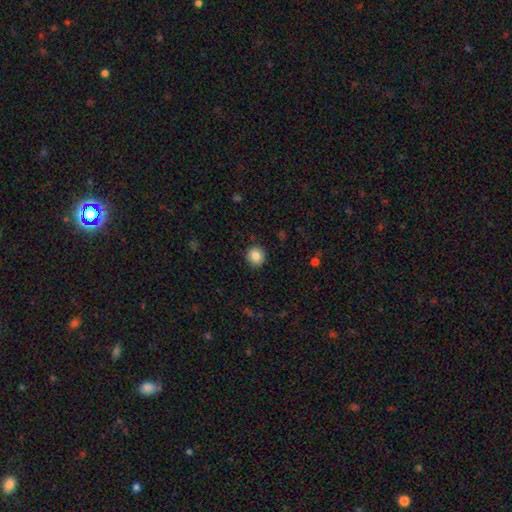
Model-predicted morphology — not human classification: smooth 85%, star or artifact 9%, featured or disk 5%. Down the decision tree: how rounded — round (88%); merging — none (90%).